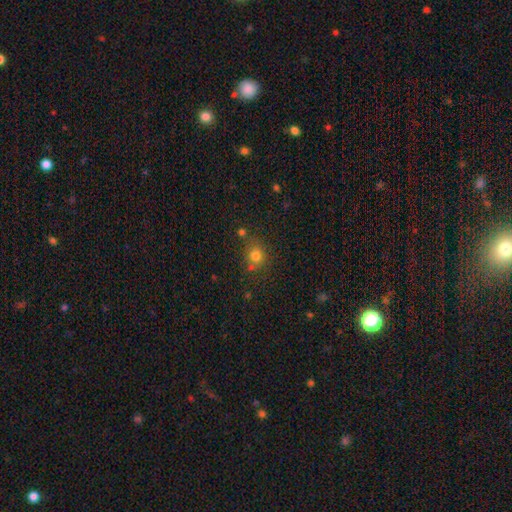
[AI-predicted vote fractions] Smooth or featured: smooth — 77% (star or artifact — 15%)
How rounded: round — 81% (in between — 18%)
Merging: none — 69% (minor disturbance — 14%)